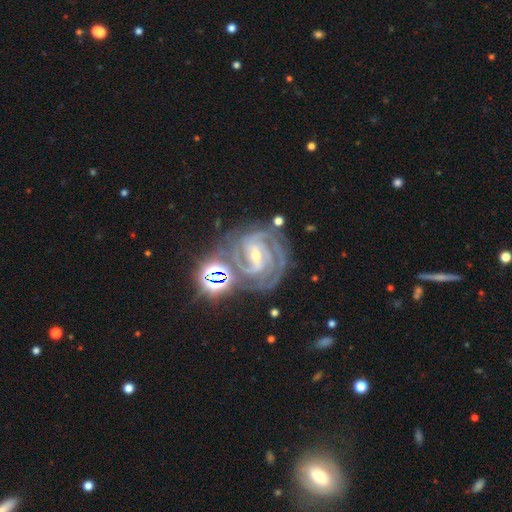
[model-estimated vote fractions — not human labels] This appears to be a featured or disk galaxy (90%) with a strong bar (47%), 3 (38%) tight (72%) spiral arms (99%) and a small central bulge (63%). Merging: none (70%).